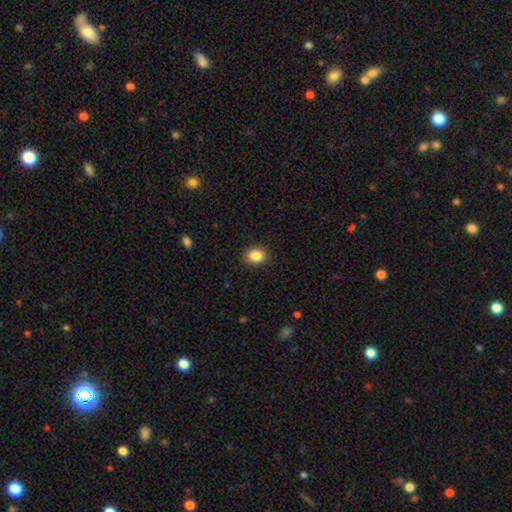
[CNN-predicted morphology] Smooth or featured?
  - smooth: 86% *
  - star or artifact: 9%
  - featured or disk: 5%
How rounded?
  - round: 57% *
  - in between: 42%
  - cigar-shaped: 1%
Merging?
  - none: 89% *
  - minor disturbance: 8%
  - major disturbance: 2%
  - merger: 1%